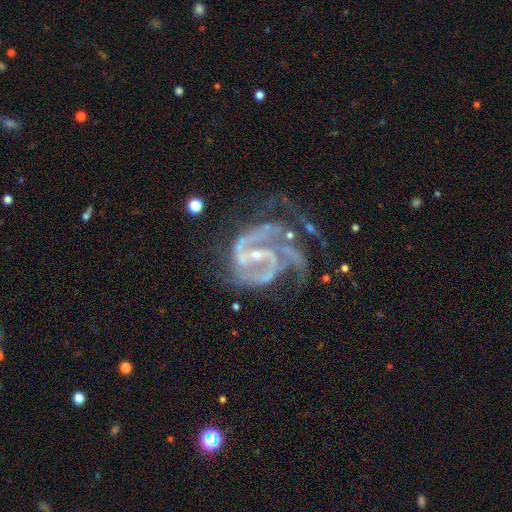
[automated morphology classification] Smooth or featured? Predicted: featured or disk (p=0.92). Edge-on disk? Predicted: no (p=0.98). Bar? Predicted: strong (p=0.40). Spiral arms? Predicted: yes (p=0.97). Spiral winding? Predicted: medium (p=0.54). Spiral arm count? Predicted: 2 (p=0.42). Bulge size? Predicted: small (p=0.77). Merging? Predicted: major disturbance (p=0.40).